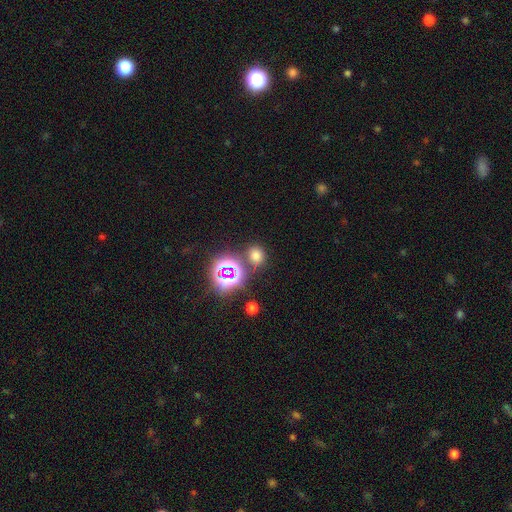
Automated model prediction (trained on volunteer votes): This appears to be a smooth galaxy with no disk features (63%) that is round (70%). Merging: none (76%).